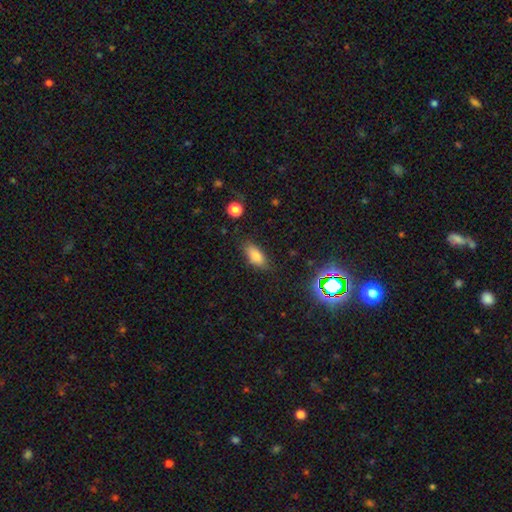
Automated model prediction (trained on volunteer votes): Q: Smooth or featured?
A: smooth (79%); runner-up: star or artifact (11%)
Q: How rounded?
A: in between (84%); runner-up: cigar-shaped (12%)
Q: Merging?
A: none (79%); runner-up: minor disturbance (15%)